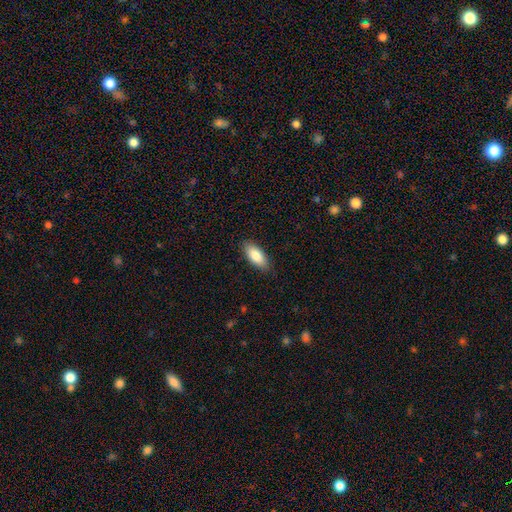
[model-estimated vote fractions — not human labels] Q: Smooth or featured?
A: smooth (85%); runner-up: featured or disk (9%)
Q: How rounded?
A: in between (85%); runner-up: cigar-shaped (13%)
Q: Merging?
A: none (87%); runner-up: minor disturbance (10%)